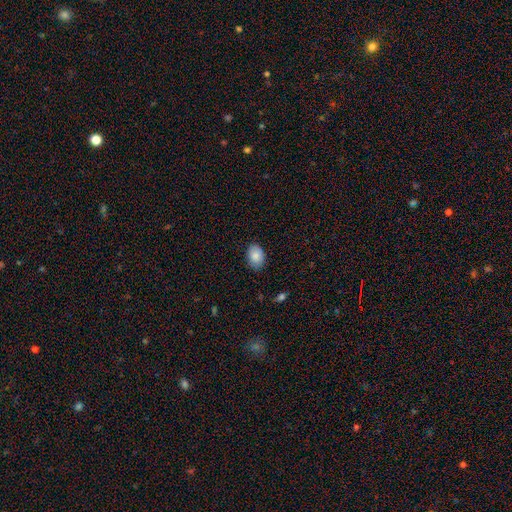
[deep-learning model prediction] Overall: smooth (85%). How rounded: in between (77%). Merging: none (83%).